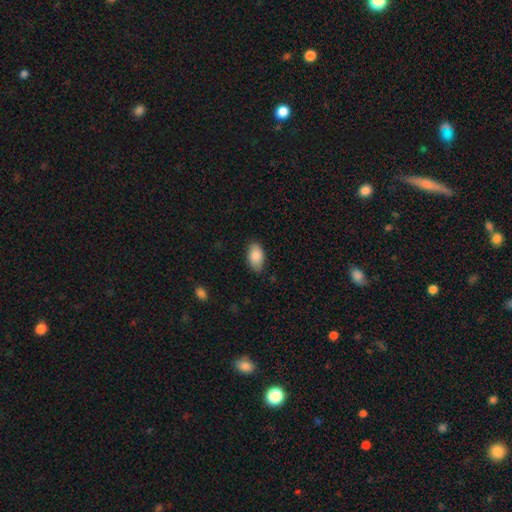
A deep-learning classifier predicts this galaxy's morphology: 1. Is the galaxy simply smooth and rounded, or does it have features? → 88% smooth, 7% star or artifact, 5% featured or disk.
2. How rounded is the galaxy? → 93% in between, 5% round, 2% cigar-shaped.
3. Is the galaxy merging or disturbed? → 81% none, 15% minor disturbance, 3% major disturbance, 1% merger.